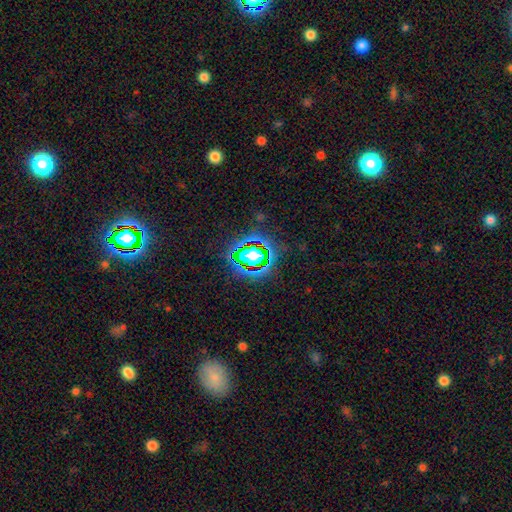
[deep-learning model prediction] Morphology: type=star or artifact (75%).